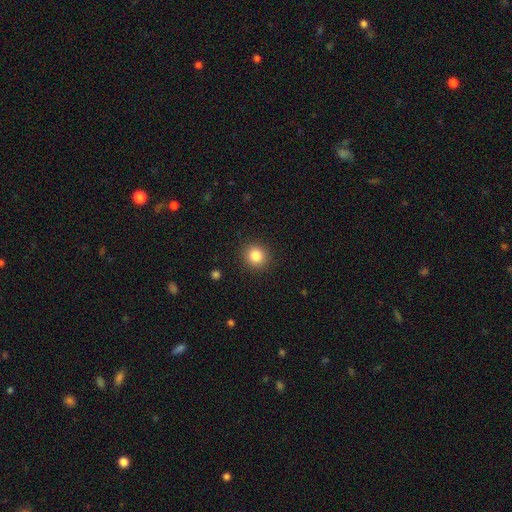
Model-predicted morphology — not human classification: Smooth or featured: smooth — 84% (star or artifact — 10%)
How rounded: round — 89% (in between — 10%)
Merging: none — 90% (minor disturbance — 6%)